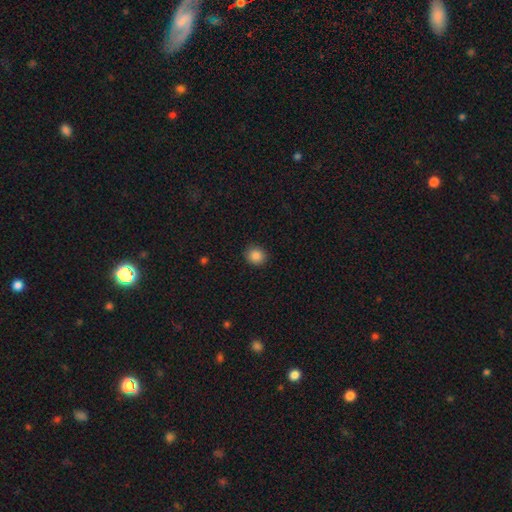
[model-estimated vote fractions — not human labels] Q: Smooth or featured?
A: smooth (87%); runner-up: star or artifact (10%)
Q: How rounded?
A: round (81%); runner-up: in between (18%)
Q: Merging?
A: none (90%); runner-up: minor disturbance (7%)